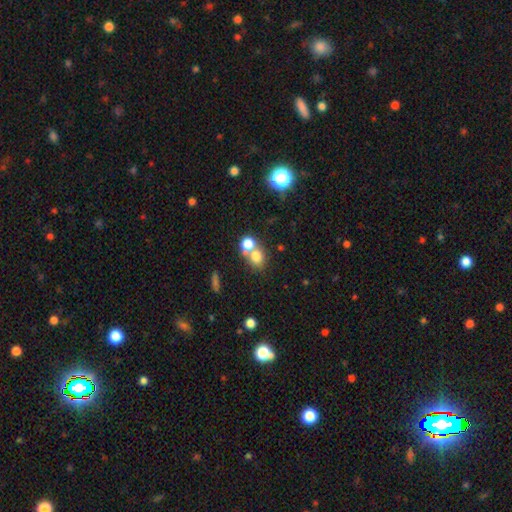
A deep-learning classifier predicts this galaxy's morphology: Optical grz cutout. It shows a smooth galaxy with no disk features (72%) that is round (69%). Merging: merger (48%).